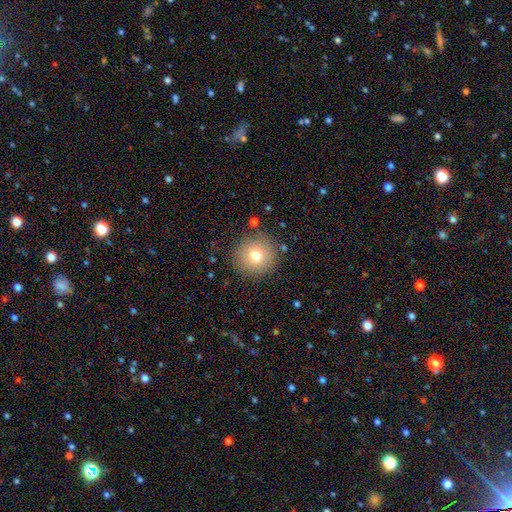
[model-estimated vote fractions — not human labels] Smooth or featured?
  - smooth: 75% *
  - featured or disk: 13%
  - star or artifact: 11%
How rounded?
  - round: 95% *
  - in between: 4%
  - cigar-shaped: 1%
Merging?
  - none: 87% *
  - minor disturbance: 8%
  - major disturbance: 3%
  - merger: 2%